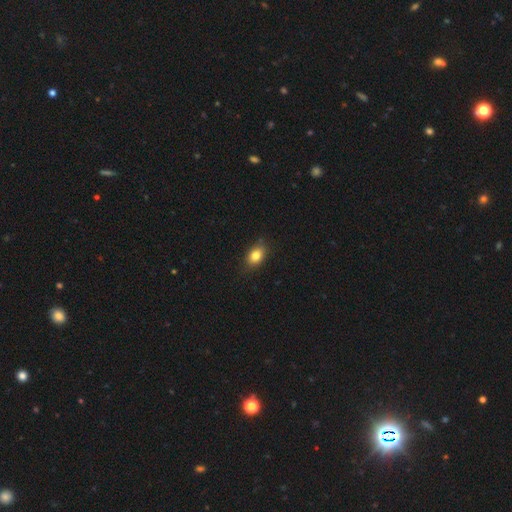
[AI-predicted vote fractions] smooth-or-featured: smooth: 82% | star or artifact: 9% | featured or disk: 9%
  how-rounded: in between: 77% | round: 21% | cigar-shaped: 2%
  merging: none: 82% | minor disturbance: 15% | major disturbance: 3% | merger: 1%